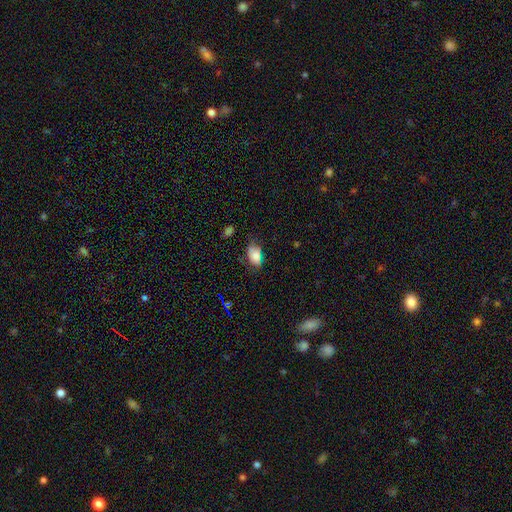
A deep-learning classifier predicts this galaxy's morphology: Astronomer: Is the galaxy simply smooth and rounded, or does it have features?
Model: smooth — 75%.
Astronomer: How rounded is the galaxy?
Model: in between — 90%.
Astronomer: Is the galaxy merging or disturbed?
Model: none — 54% (runner-up: minor disturbance, 32%).